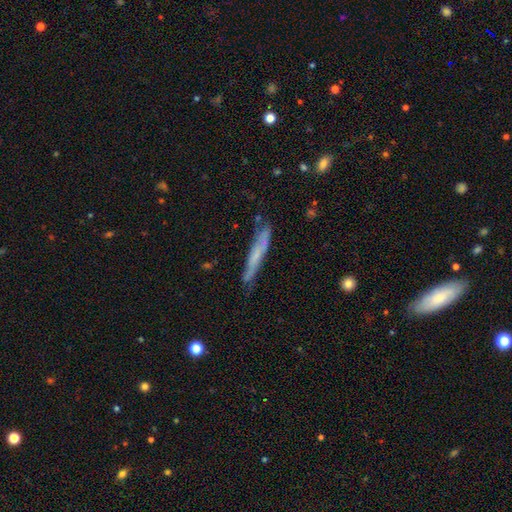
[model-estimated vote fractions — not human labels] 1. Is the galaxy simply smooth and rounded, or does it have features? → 48% smooth, 45% featured or disk, 7% star or artifact.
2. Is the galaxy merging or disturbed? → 72% none, 21% minor disturbance, 5% major disturbance, 3% merger.